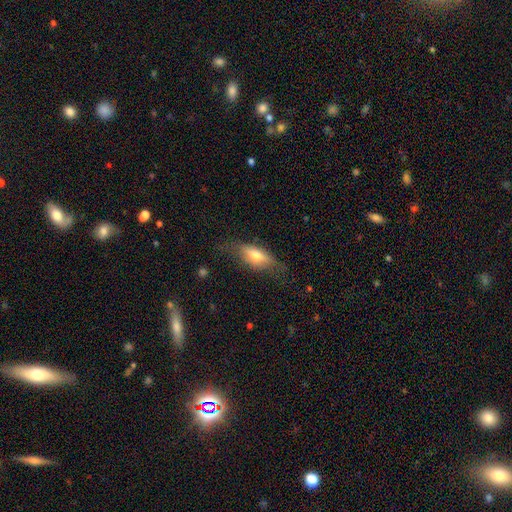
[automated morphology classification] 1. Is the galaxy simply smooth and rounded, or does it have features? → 57% smooth, 37% featured or disk, 7% star or artifact.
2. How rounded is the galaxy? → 71% in between, 25% cigar-shaped, 4% round.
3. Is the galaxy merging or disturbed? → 61% none, 25% minor disturbance, 12% major disturbance, 2% merger.